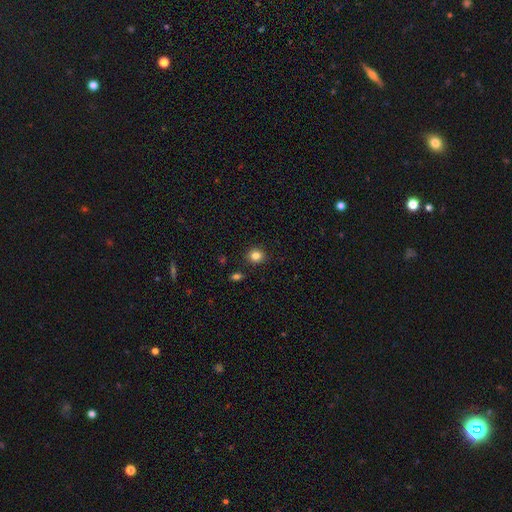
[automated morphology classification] smooth 84%, star or artifact 11%, featured or disk 5%. Down the decision tree: how rounded — round (84%); merging — none (89%).